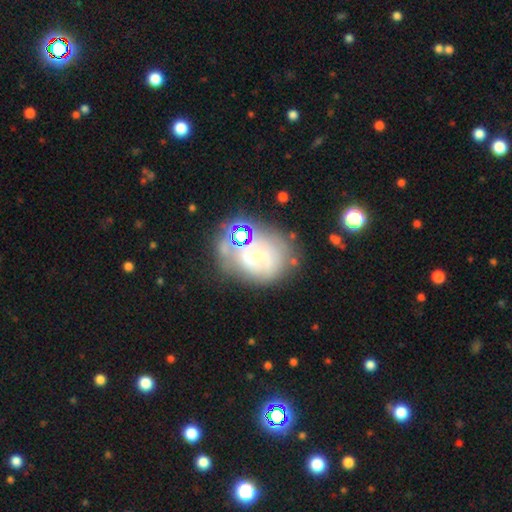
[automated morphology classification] The model was most divided on "smooth or featured": featured or disk: 49%, smooth: 32%, star or artifact: 19%. Remaining: merging — none (44%).